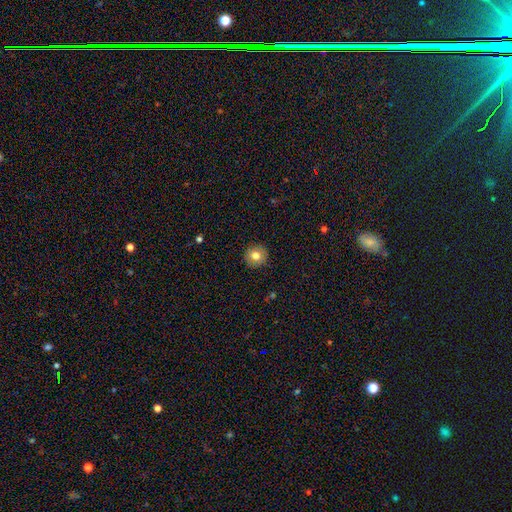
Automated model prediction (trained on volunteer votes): smooth 78%, featured or disk 12%, star or artifact 9%. Down the decision tree: how rounded — round (94%); merging — none (91%).